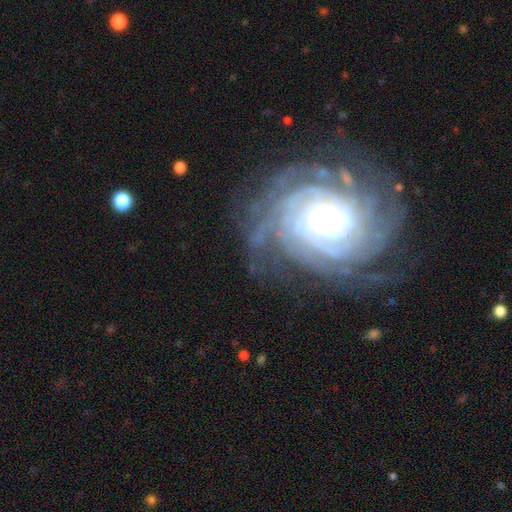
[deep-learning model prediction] Q: Smooth or featured?
A: featured or disk (89%); runner-up: star or artifact (6%)
Q: Edge-on disk?
A: no (97%); runner-up: yes (3%)
Q: Bar?
A: no (70%); runner-up: weak (20%)
Q: Spiral arms?
A: yes (98%); runner-up: no (2%)
Q: Spiral winding?
A: tight (82%); runner-up: medium (15%)
Q: Spiral arm count?
A: more than 4 (26%); runner-up: can't tell (24%)
Q: Bulge size?
A: moderate (53%); runner-up: small (38%)
Q: Merging?
A: none (75%); runner-up: minor disturbance (15%)